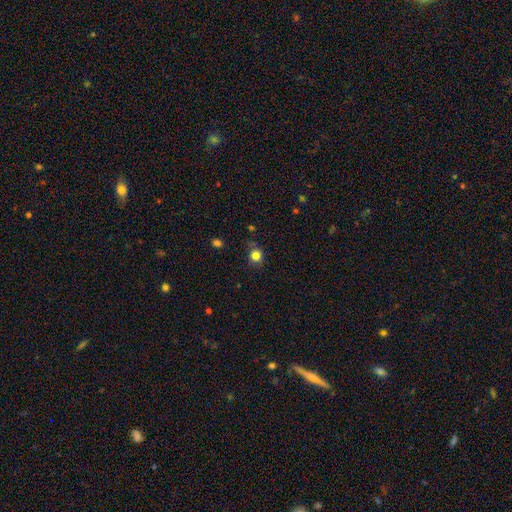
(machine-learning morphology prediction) Smooth or featured? Predicted: smooth (p=0.81). How rounded? Predicted: round (p=0.84). Merging? Predicted: none (p=0.77).